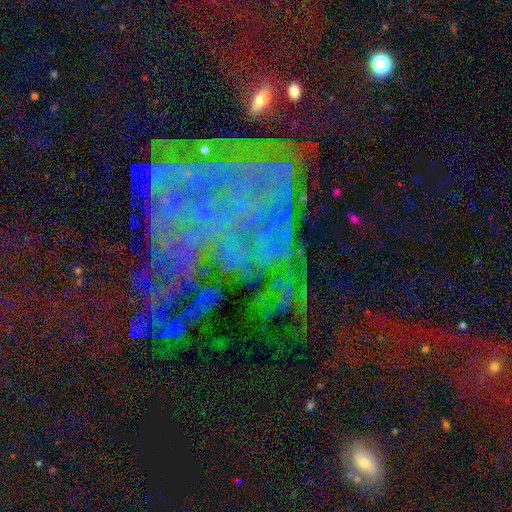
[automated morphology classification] Smooth or featured? star or artifact (48%)